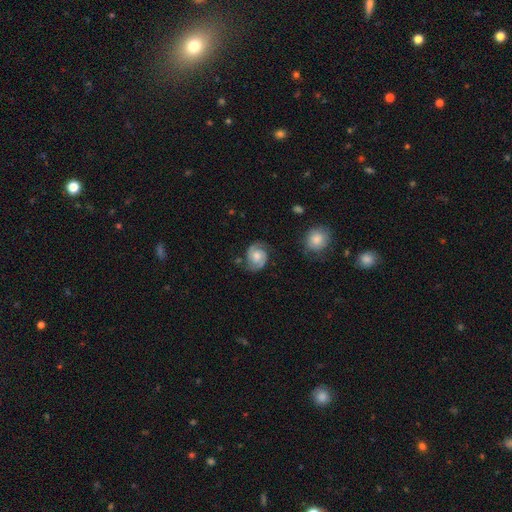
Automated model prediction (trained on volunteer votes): Overall: featured or disk (77%). Edge-on disk: no (98%). Bar: no (65%; weak 30%). Spiral arms: yes (96%). Spiral arm count: 2 (90%). Spiral winding: tight (45%; medium 44%). Bulge size: moderate (57%; small 24%). Merging: none (76%).